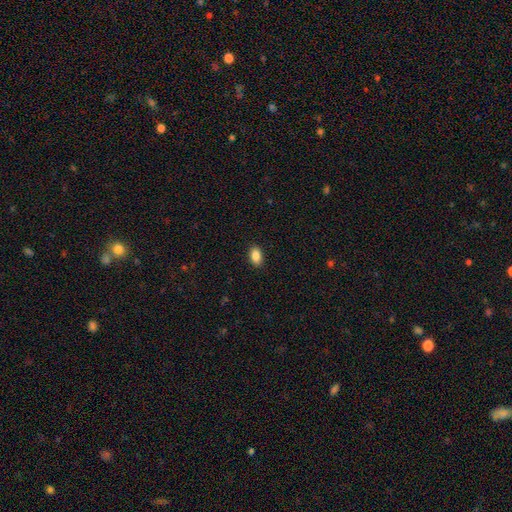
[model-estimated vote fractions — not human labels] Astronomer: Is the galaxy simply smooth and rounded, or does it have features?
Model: smooth — 88%.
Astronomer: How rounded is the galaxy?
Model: in between — 91%.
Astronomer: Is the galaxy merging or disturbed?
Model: none — 90%.